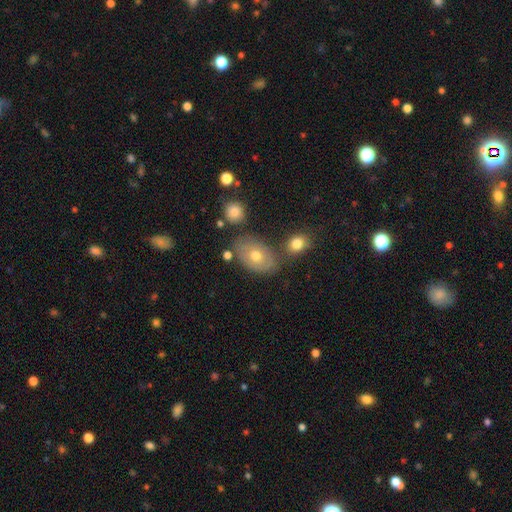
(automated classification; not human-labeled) This is likely a smooth galaxy (61%). How rounded: clearly in between (85%). Merging: likely none (66%).